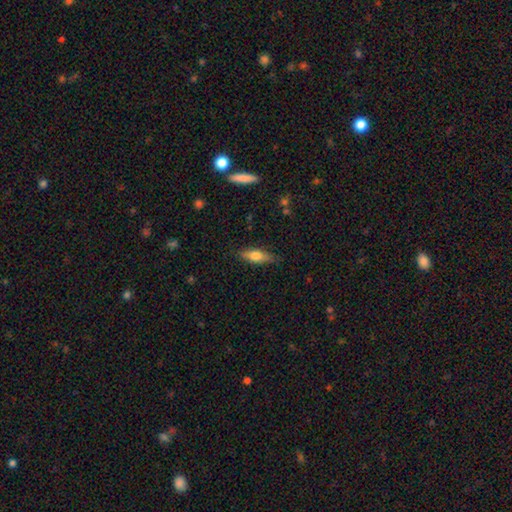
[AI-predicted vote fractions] The model was most divided on "how rounded": in between: 55%, cigar-shaped: 42%, round: 3%. More confident: merging — none (82%); smooth or featured — smooth (63%).